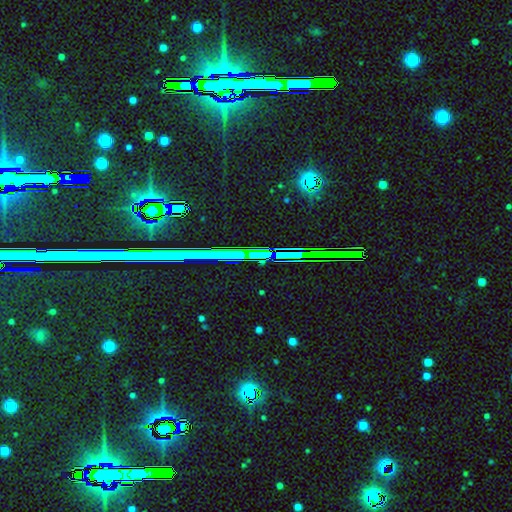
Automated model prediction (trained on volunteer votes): This is clearly a star or artifact rather than a galaxy (83%).